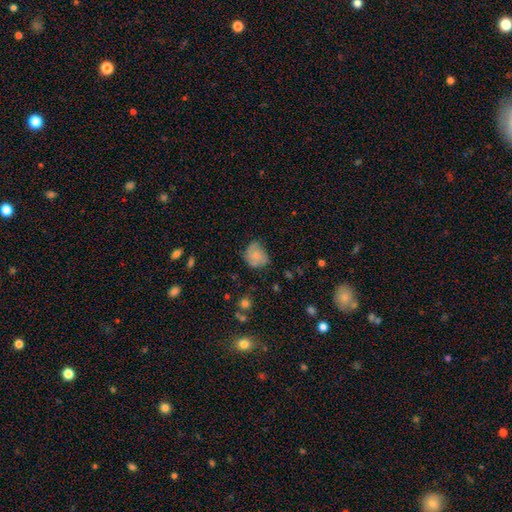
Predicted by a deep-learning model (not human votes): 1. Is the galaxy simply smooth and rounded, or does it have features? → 69% smooth, 22% featured or disk, 9% star or artifact.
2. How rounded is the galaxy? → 64% round, 35% in between, 1% cigar-shaped.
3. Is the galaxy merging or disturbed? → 54% none, 33% minor disturbance, 11% major disturbance, 2% merger.